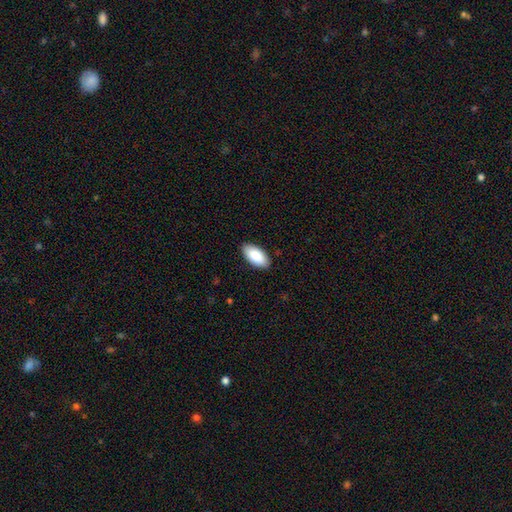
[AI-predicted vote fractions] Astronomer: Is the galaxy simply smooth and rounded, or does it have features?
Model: smooth — 90%.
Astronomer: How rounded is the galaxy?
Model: in between — 95%.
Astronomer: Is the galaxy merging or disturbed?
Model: none — 88%.